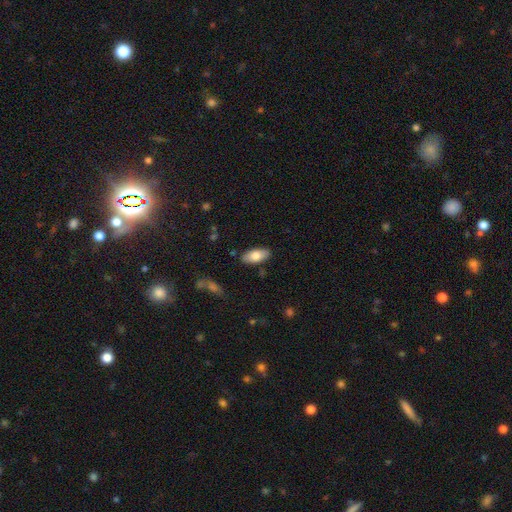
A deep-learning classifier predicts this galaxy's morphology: This is likely a smooth galaxy (77%). How rounded: clearly in between (90%). Merging: clearly none (86%).